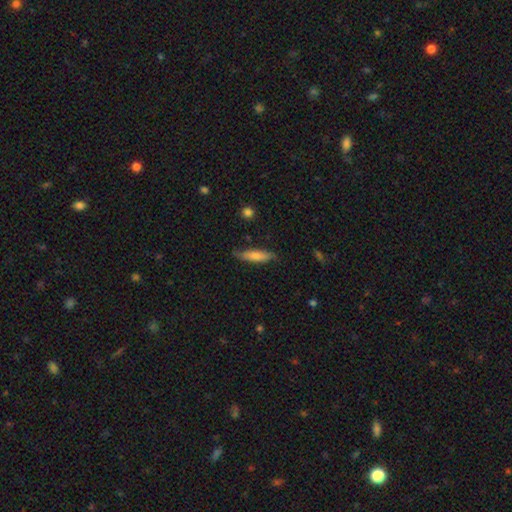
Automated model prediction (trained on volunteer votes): Smooth or featured? Predicted: smooth (p=0.69). How rounded? Predicted: cigar-shaped (p=0.70). Merging? Predicted: none (p=0.75).